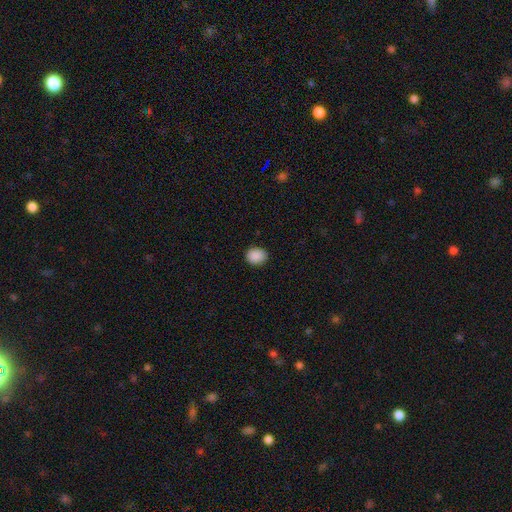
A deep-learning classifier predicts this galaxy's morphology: Smooth or featured? Predicted: smooth (p=0.89). How rounded? Predicted: round (p=0.58). Merging? Predicted: none (p=0.89).